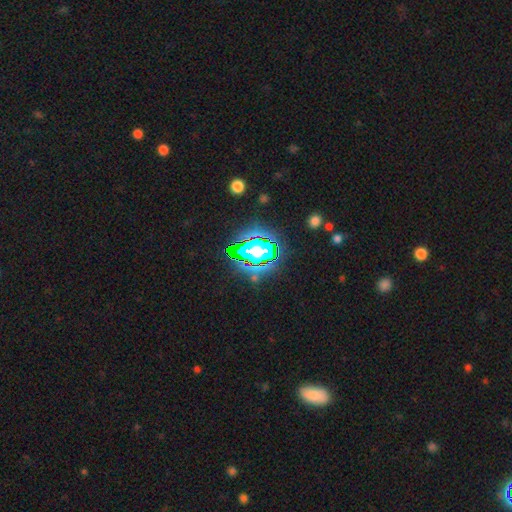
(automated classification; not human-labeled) smooth_or_featured: star or artifact (p=0.78) [alt: smooth p=0.13]